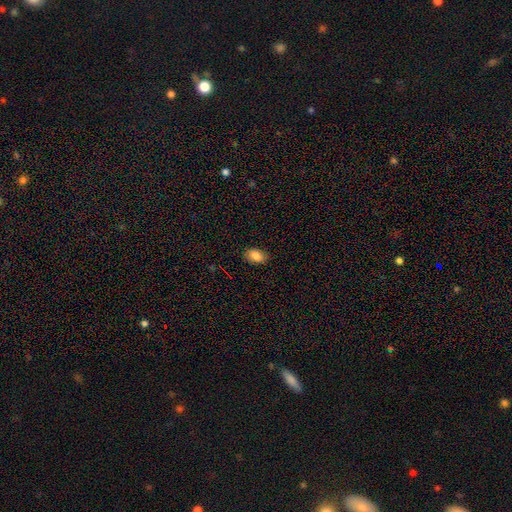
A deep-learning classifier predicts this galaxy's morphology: A smooth galaxy with no disk features (86%) that is in between round and cigar-shaped (88%).

Vote fractions:
- Smooth or featured? smooth: 86% / star or artifact: 8% / featured or disk: 6%
- How rounded? in between: 88% / round: 11% / cigar-shaped: 1%
- Merging? none: 86% / minor disturbance: 11% / major disturbance: 2% / merger: 1%